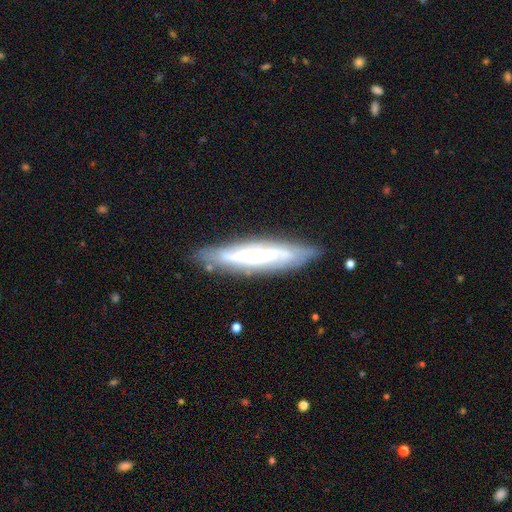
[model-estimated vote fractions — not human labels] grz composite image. It shows a featured or disk galaxy (69%). Merging: none (79%).